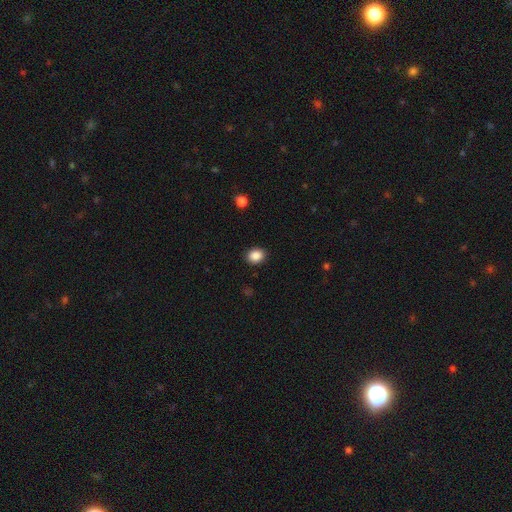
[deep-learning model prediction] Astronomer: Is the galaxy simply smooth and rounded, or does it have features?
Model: smooth — 88%.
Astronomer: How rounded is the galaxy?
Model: round — 50% (runner-up: in between, 49%).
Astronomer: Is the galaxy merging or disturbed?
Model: none — 89%.